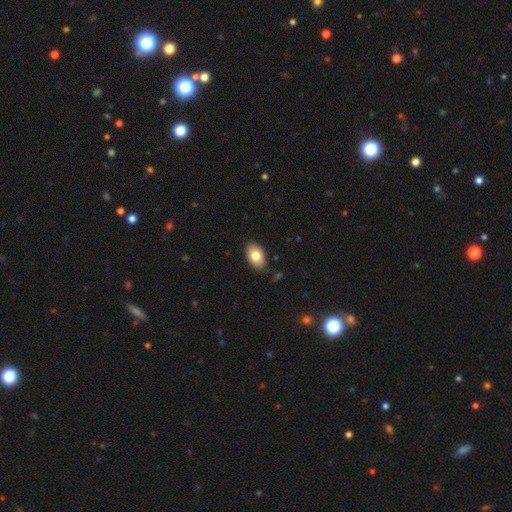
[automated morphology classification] smooth_or_featured: smooth (p=0.81) [alt: featured or disk p=0.12]
how_rounded: in between (p=0.91) [alt: round p=0.07]
merging: none (p=0.87) [alt: minor disturbance p=0.10]